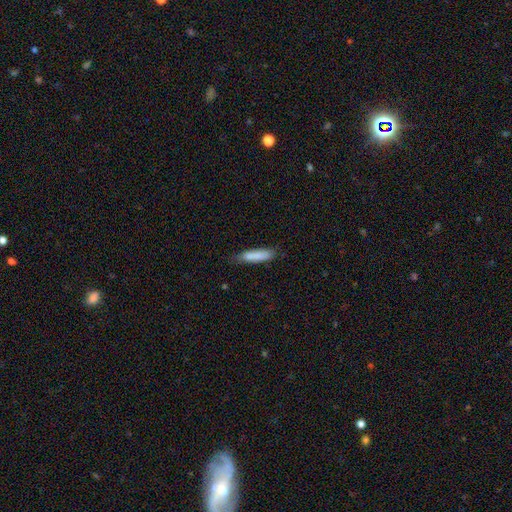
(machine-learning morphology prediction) smooth 84%, featured or disk 9%, star or artifact 6%. Down the decision tree: how rounded — cigar-shaped (73%); merging — none (70%).